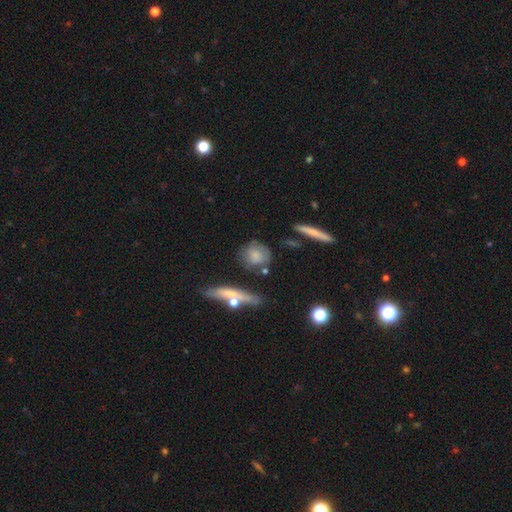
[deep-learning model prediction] The model was most divided on "merging": none: 63%, minor disturbance: 22%, major disturbance: 8%, merger: 7%. More confident: smooth or featured — smooth (70%); how rounded — round (69%).